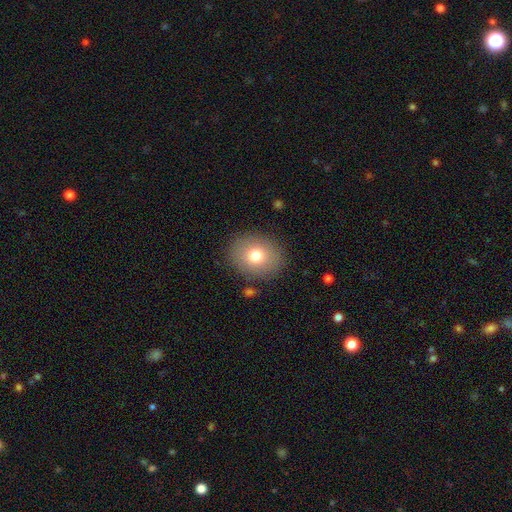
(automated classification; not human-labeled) Q: Smooth or featured?
A: smooth (77%); runner-up: featured or disk (13%)
Q: How rounded?
A: round (62%); runner-up: in between (37%)
Q: Merging?
A: none (87%); runner-up: minor disturbance (9%)